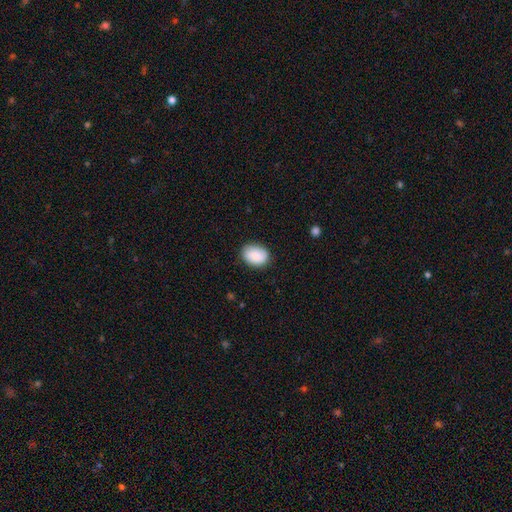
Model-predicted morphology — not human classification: This is clearly a smooth galaxy (87%). How rounded: likely in between (76%). Merging: clearly none (83%).